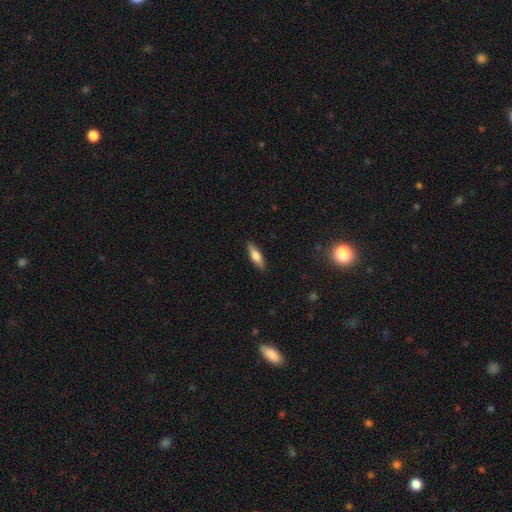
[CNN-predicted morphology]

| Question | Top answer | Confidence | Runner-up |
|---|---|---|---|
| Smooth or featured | smooth | 62% | featured or disk (31%) |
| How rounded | cigar-shaped | 53% | in between (45%) |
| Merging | none | 88% | minor disturbance (9%) |